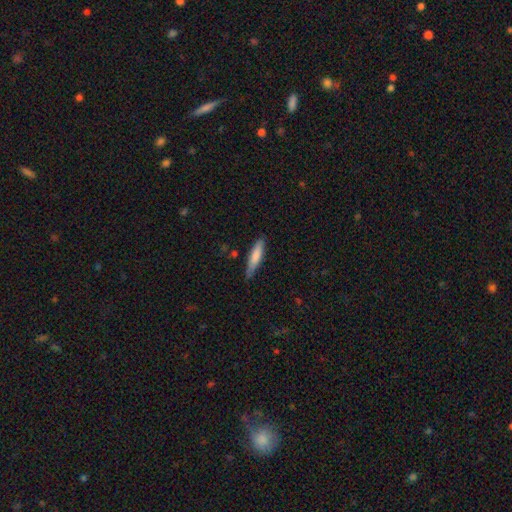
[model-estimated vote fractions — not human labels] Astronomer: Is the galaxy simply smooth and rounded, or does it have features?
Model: smooth — 77%.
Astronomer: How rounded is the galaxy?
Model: cigar-shaped — 80%.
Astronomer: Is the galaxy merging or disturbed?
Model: none — 76%.